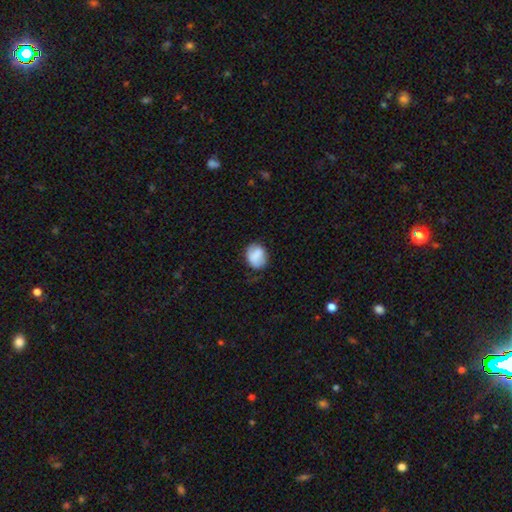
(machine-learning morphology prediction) This appears to be a smooth galaxy with no disk features (76%) that is in between round and cigar-shaped (51%). Merging: none (64%).